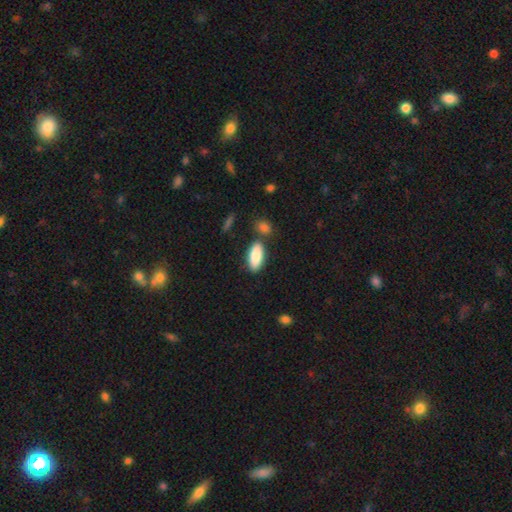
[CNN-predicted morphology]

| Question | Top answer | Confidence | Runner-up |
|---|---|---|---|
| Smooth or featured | smooth | 87% | featured or disk (7%) |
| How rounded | in between | 84% | cigar-shaped (13%) |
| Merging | none | 76% | minor disturbance (11%) |